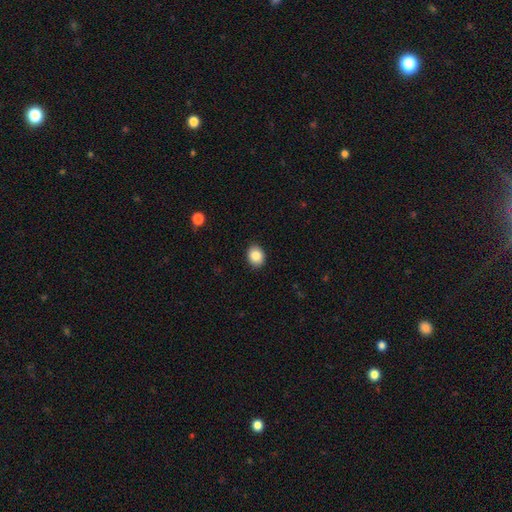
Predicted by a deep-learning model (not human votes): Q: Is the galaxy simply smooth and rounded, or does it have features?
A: smooth — 87%.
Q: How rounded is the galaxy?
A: in between — 51%.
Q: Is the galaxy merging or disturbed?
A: none — 90%.